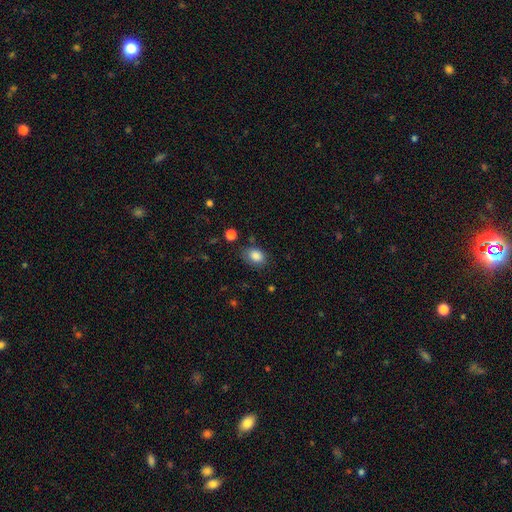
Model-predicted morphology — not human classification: smooth-or-featured: smooth: 86% | star or artifact: 9% | featured or disk: 5%
  how-rounded: in between: 72% | round: 27% | cigar-shaped: 1%
  merging: none: 73% | minor disturbance: 19% | major disturbance: 5% | merger: 3%